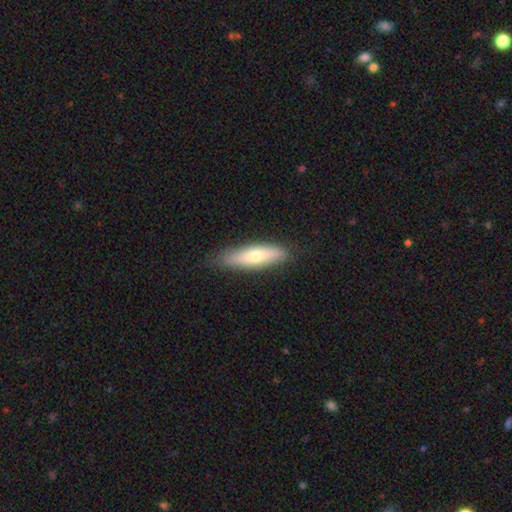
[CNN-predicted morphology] Smooth or featured? Predicted: smooth (p=0.66). How rounded? Predicted: cigar-shaped (p=0.65). Merging? Predicted: none (p=0.82).